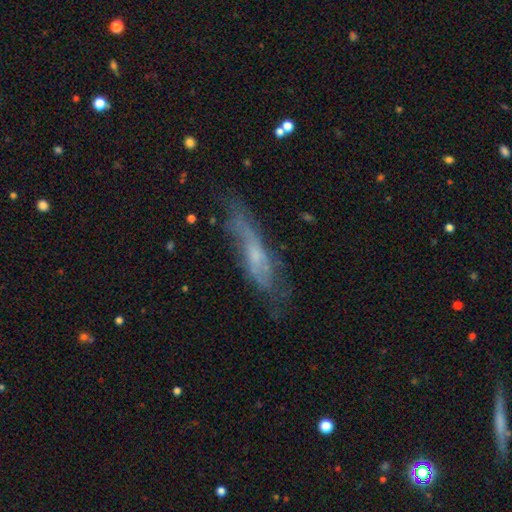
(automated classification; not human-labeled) smooth_or_featured: featured or disk (p=0.53) [alt: smooth p=0.38]
disk_edge_on: no (p=0.51) [alt: yes p=0.49]
merging: none (p=0.56) [alt: minor disturbance p=0.26]